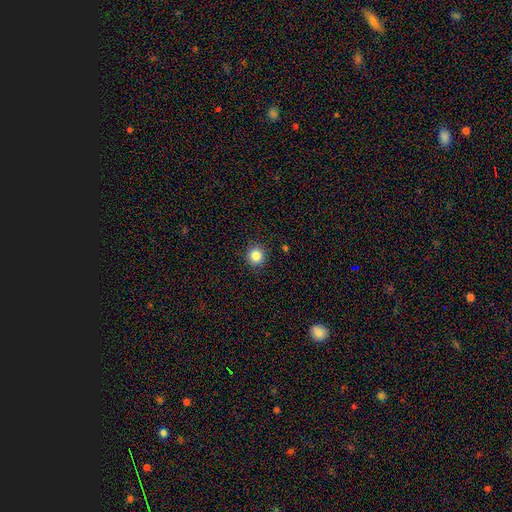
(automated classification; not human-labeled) smooth-or-featured: smooth: 85% | star or artifact: 11% | featured or disk: 4%
  how-rounded: round: 93% | in between: 6% | cigar-shaped: 1%
  merging: none: 92% | minor disturbance: 5% | major disturbance: 2% | merger: 1%